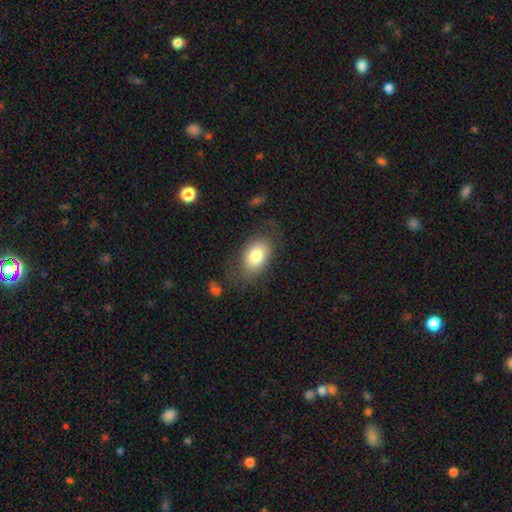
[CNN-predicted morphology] Smooth or featured? smooth (79%)
How rounded? in between (83%)
Merging? none (71%)